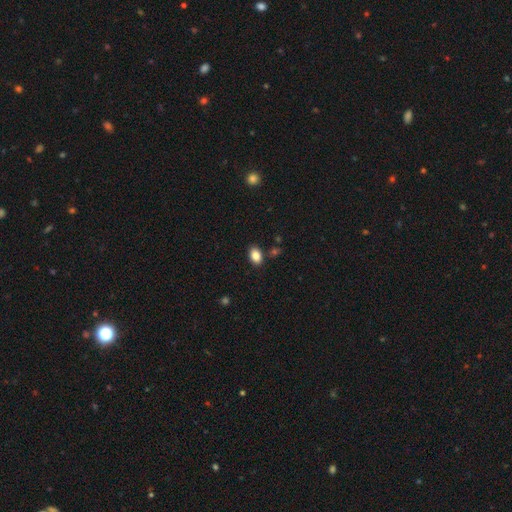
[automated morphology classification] Smooth or featured? smooth (86%)
How rounded? in between (85%)
Merging? none (84%)